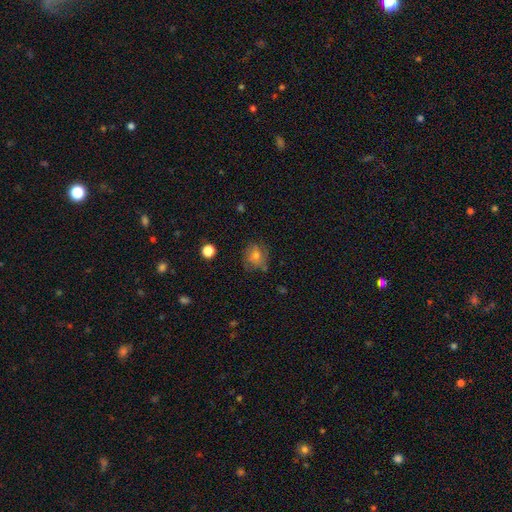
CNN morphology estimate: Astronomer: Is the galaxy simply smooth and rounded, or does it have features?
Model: smooth — 58%.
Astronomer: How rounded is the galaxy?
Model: round — 72%.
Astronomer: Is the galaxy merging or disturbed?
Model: none — 70%.